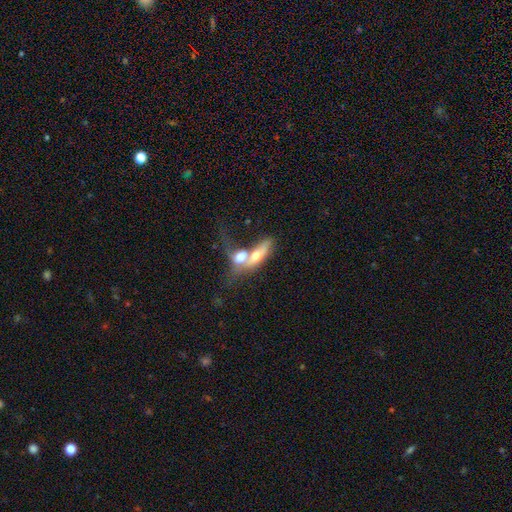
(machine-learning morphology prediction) Smooth or featured? smooth (49%)
Merging? merger (73%)